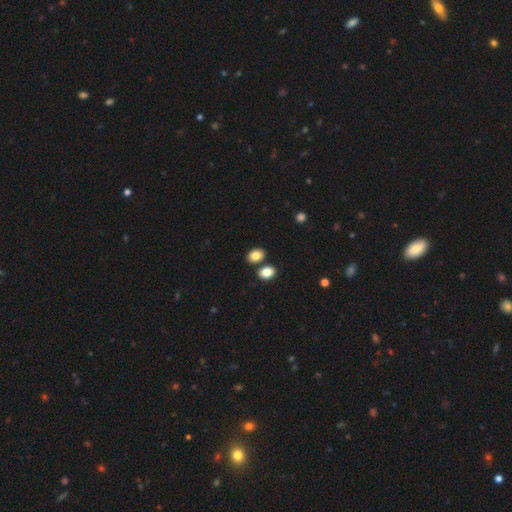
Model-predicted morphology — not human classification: smooth 85%, star or artifact 9%, featured or disk 6%. Down the decision tree: how rounded — in between (73%); merging — none (72%).